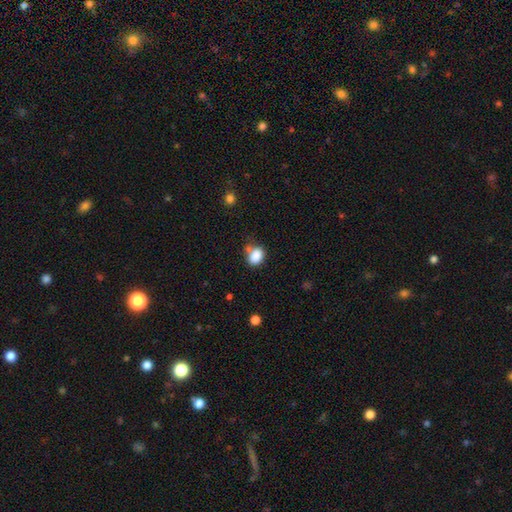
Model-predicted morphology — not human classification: The model was most divided on "merging": none: 56%, minor disturbance: 22%, merger: 15%, major disturbance: 7%. More confident: smooth or featured — smooth (86%); how rounded — in between (68%).